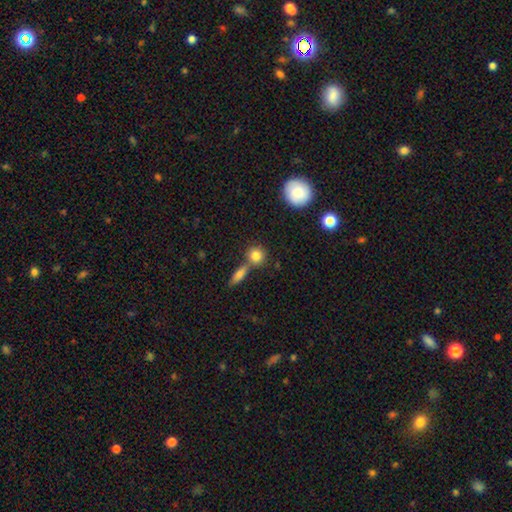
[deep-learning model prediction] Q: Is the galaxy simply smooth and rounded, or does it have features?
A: smooth — 82%.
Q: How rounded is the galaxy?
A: round — 83%.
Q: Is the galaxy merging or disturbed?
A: none — 60%.